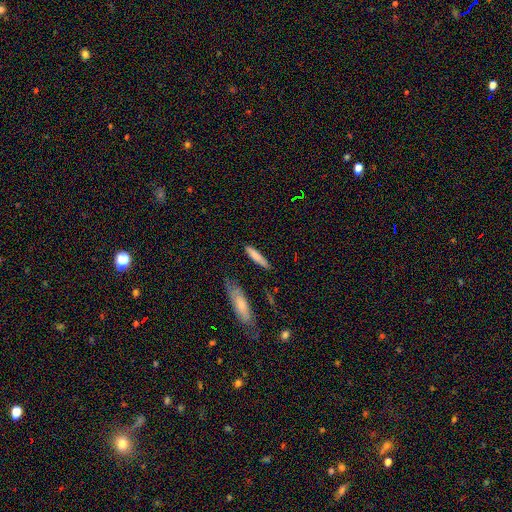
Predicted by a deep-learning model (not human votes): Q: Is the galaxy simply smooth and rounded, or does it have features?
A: smooth — 79%.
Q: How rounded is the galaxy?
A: cigar-shaped — 82%.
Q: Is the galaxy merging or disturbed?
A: none — 79%.